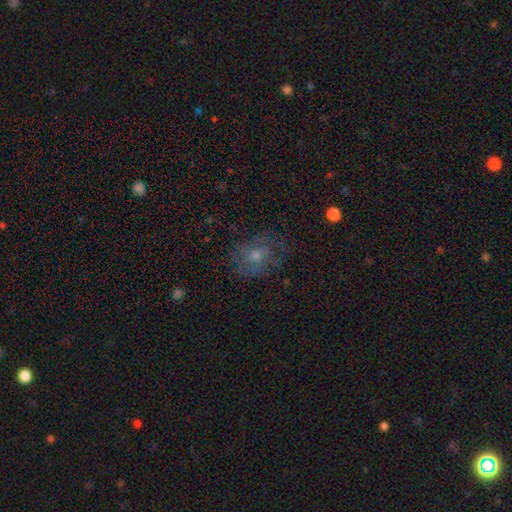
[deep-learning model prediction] This is possibly a smooth galaxy (50%). How rounded: possibly round (57%). Merging: likely none (63%).